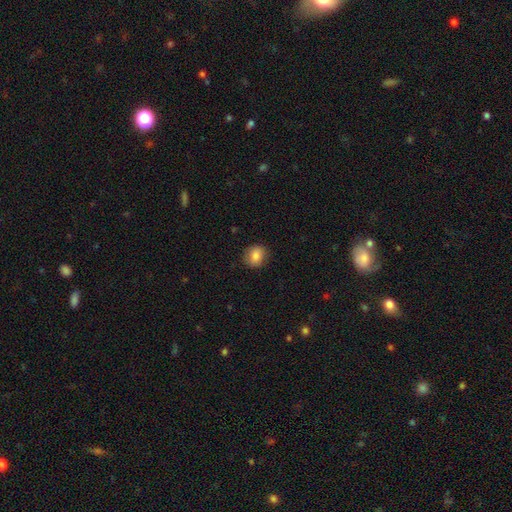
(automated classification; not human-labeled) Morphology: type=smooth (83%); roundness=round (72%); merging=none (86%).